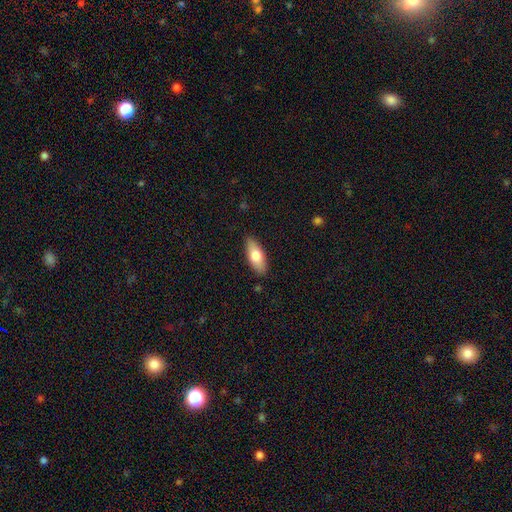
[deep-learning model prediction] Morphology: type=smooth (73%); roundness=in between (82%); merging=none (87%).